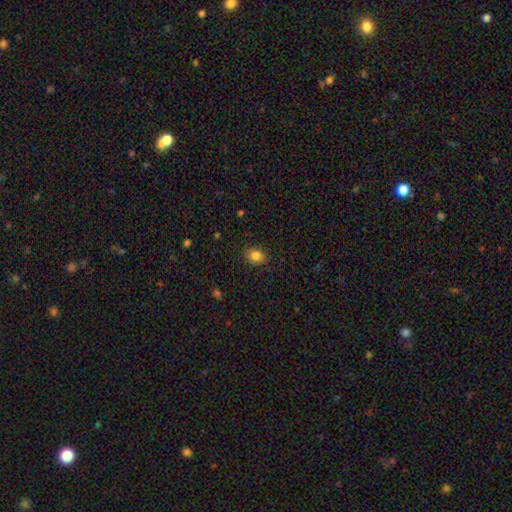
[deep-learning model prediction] A smooth galaxy with no disk features (83%) that is round (57%). Merging: none (87%).